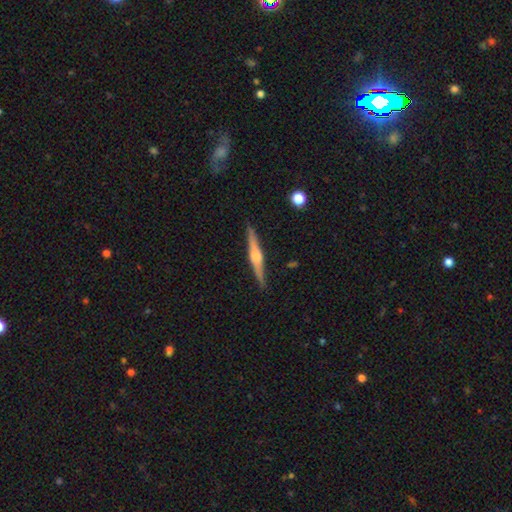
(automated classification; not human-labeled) smooth-or-featured: featured or disk: 78% | smooth: 16% | star or artifact: 5%
  disk-edge-on: yes: 98% | no: 2%
    edge-on-bulge: rounded: 86% | boxy: 10% | none: 4%
  merging: none: 91% | minor disturbance: 6% | major disturbance: 1% | merger: 1%